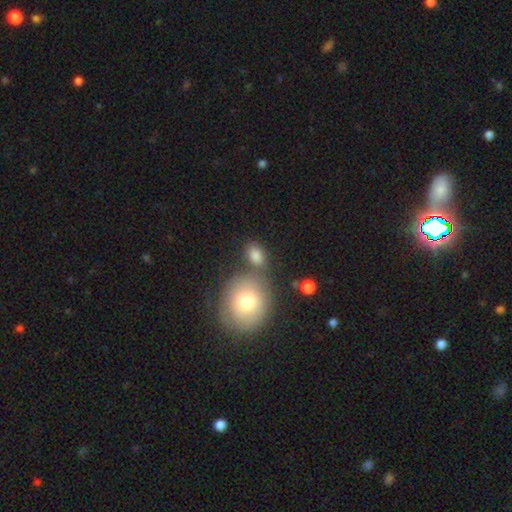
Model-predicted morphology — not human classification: Smooth or featured? Predicted: smooth (p=0.83). How rounded? Predicted: in between (p=0.76). Merging? Predicted: none (p=0.61).